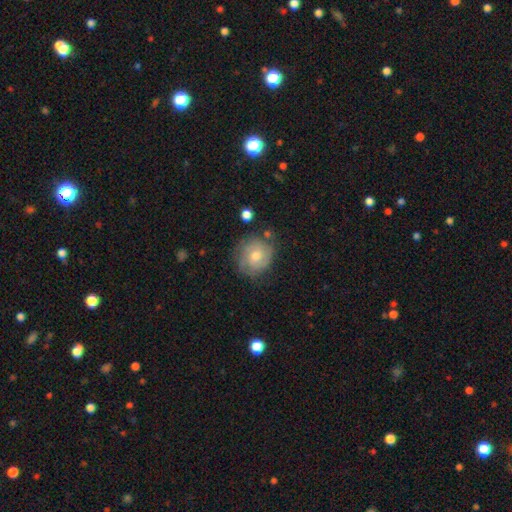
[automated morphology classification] smooth_or_featured: smooth (p=0.56) [alt: featured or disk p=0.36]
how_rounded: round (p=0.79) [alt: in between p=0.20]
merging: none (p=0.64) [alt: minor disturbance p=0.24]